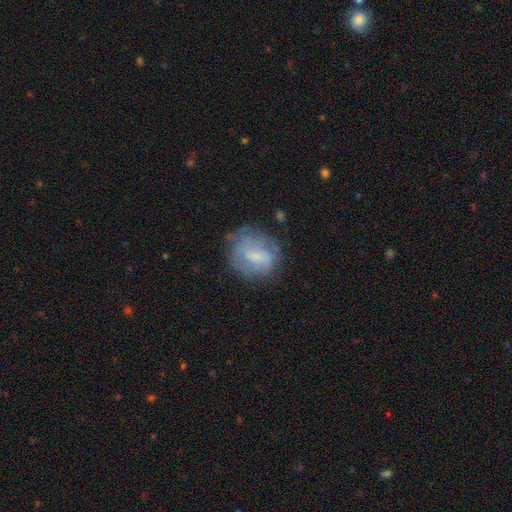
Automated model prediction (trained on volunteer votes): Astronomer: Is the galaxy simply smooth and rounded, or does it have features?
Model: smooth — 47% (runner-up: featured or disk, 44%).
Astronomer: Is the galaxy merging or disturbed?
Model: none — 59%.